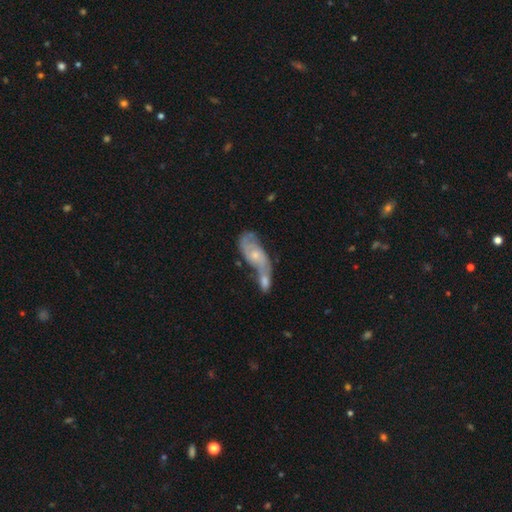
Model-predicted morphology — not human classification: A featured or disk galaxy (67%) with no bar (71%), spiral arms (79%) and a small central bulge (58%). Merging: merger (65%).